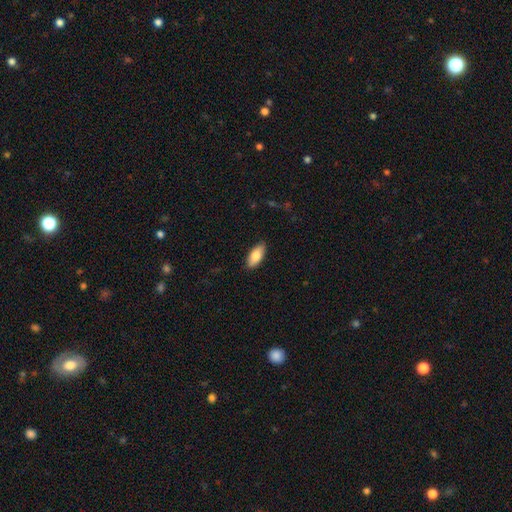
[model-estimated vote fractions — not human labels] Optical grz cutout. It shows a smooth galaxy with no disk features (83%) that is in between round and cigar-shaped (88%). Merging: none (87%).